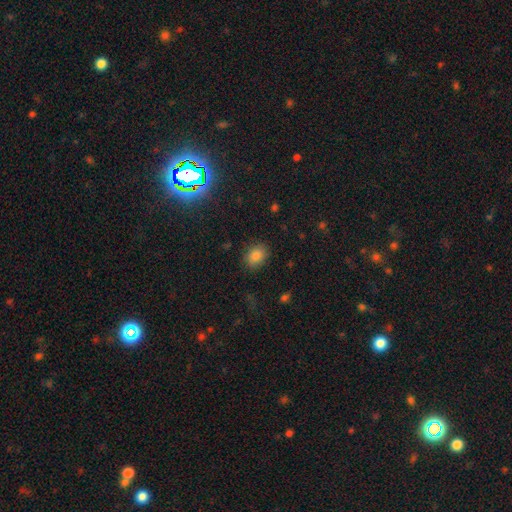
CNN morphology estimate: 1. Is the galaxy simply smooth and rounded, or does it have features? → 82% smooth, 11% star or artifact, 7% featured or disk.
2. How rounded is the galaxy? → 70% in between, 29% round, 1% cigar-shaped.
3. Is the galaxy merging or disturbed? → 86% none, 10% minor disturbance, 3% major disturbance, 1% merger.